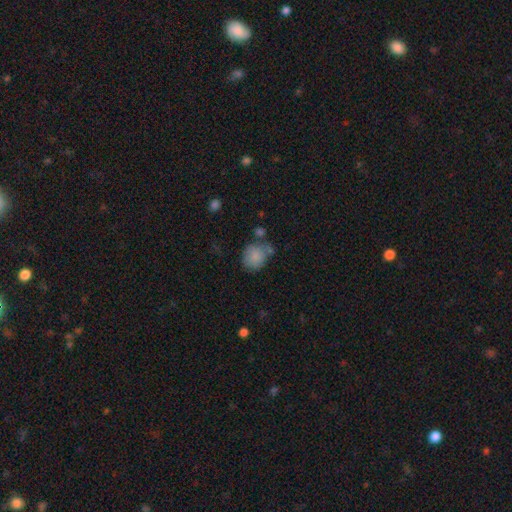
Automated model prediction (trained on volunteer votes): Morphology: type=smooth (83%); roundness=round (70%); merging=none (51%).